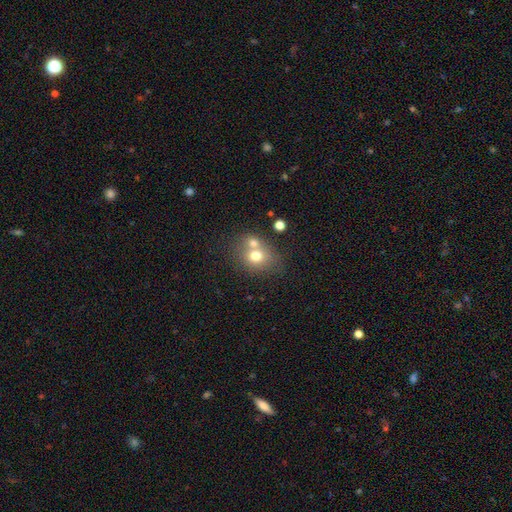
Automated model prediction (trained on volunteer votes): This is likely a smooth galaxy (69%). How rounded: likely round (62%). Merging: possibly merger (45%).